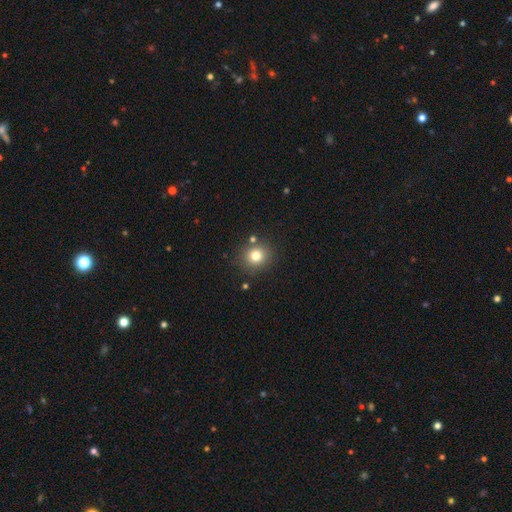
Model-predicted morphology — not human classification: A smooth galaxy with no disk features (78%) that is round (86%). Merging: none (83%).